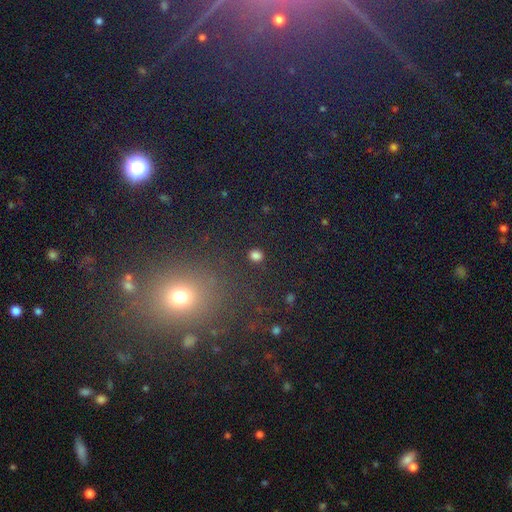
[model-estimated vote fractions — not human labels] smooth 80%, star or artifact 16%, featured or disk 4%. Down the decision tree: how rounded — round (78%); merging — none (90%).